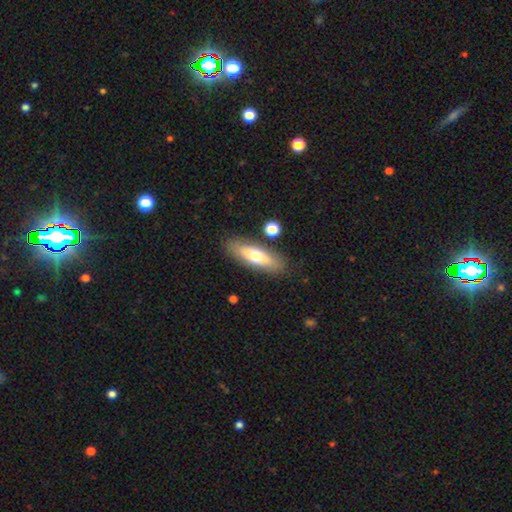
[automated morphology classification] smooth 60%, featured or disk 34%, star or artifact 6%. Down the decision tree: how rounded — in between (54%); merging — none (82%).